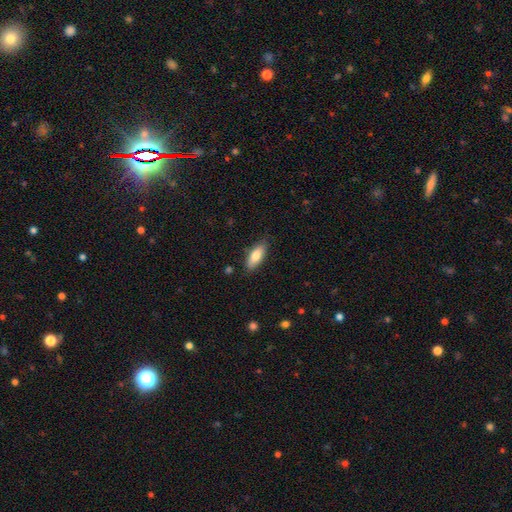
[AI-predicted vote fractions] The model was most divided on "how rounded": in between: 77%, cigar-shaped: 21%, round: 2%. More confident: merging — none (82%); smooth or featured — smooth (81%).